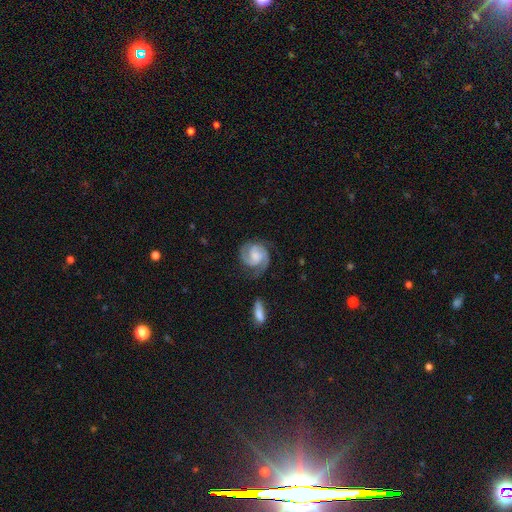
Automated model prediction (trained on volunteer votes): smooth-or-featured: featured or disk: 85% | smooth: 10% | star or artifact: 5%
  disk-edge-on: no: 98% | yes: 2%
    bar: no: 52% | weak: 39% | strong: 9%
    has-spiral-arms: yes: 98% | no: 2%
      spiral-winding: tight: 49% | medium: 42% | loose: 8%
      spiral-arm-count: 2: 75% | 3: 13% | can't tell: 5% | 1: 2% | 4: 2% | more than 4: 2%
    bulge-size: moderate: 35% | small: 28% | none: 23% | large: 12% | dominant: 2%
  merging: none: 72% | minor disturbance: 17% | major disturbance: 8% | merger: 3%